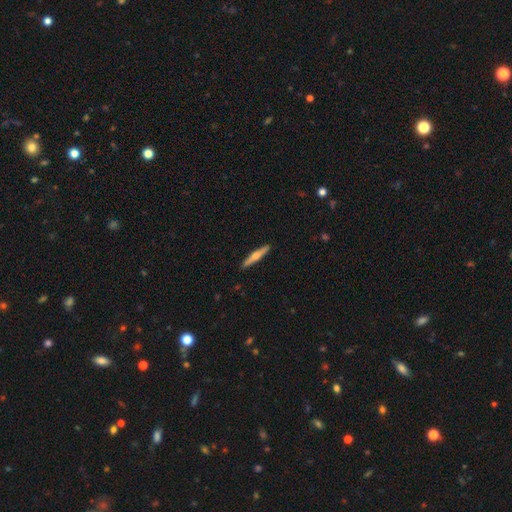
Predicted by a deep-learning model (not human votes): A featured or disk galaxy (58%) viewed edge-on (97%) with a rounded central bulge (89%). Merging: none (91%).